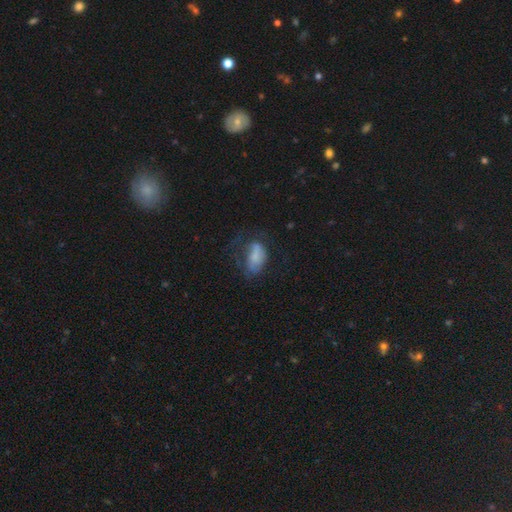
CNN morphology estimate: This is possibly a smooth galaxy (58%). How rounded: clearly in between (89%). Merging: marginally major disturbance (39%).